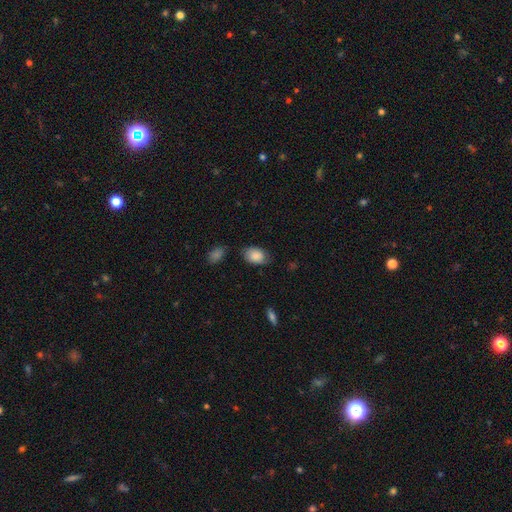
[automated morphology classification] This appears to be a smooth galaxy with no disk features (83%) that is in between round and cigar-shaped (85%). Merging: none (67%).